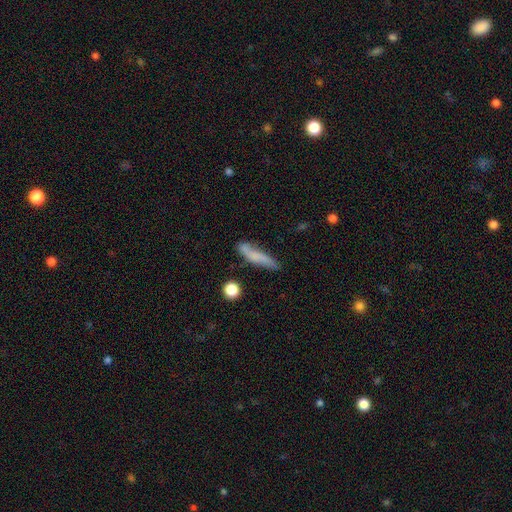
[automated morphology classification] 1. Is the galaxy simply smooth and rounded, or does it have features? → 63% smooth, 29% featured or disk, 8% star or artifact.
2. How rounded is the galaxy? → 81% cigar-shaped, 16% in between, 3% round.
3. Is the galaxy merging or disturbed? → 65% none, 23% minor disturbance, 6% major disturbance, 6% merger.